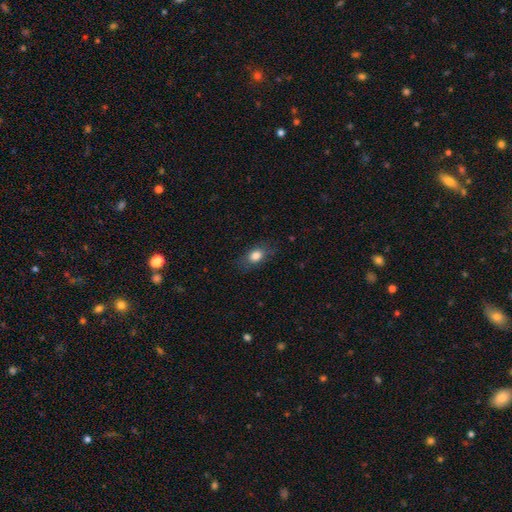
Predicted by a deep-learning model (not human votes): smooth_or_featured: smooth (p=0.81) [alt: featured or disk p=0.10]
how_rounded: in between (p=0.78) [alt: round p=0.18]
merging: none (p=0.78) [alt: minor disturbance p=0.16]